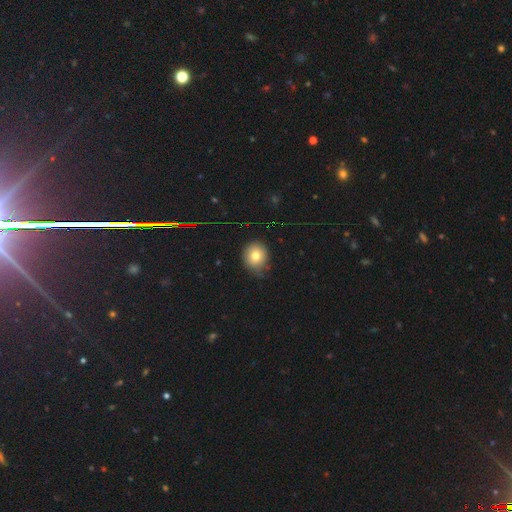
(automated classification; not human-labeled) smooth-or-featured: smooth: 77% | star or artifact: 13% | featured or disk: 11%
  how-rounded: round: 82% | in between: 17% | cigar-shaped: 1%
  merging: none: 71% | minor disturbance: 23% | major disturbance: 4% | merger: 1%